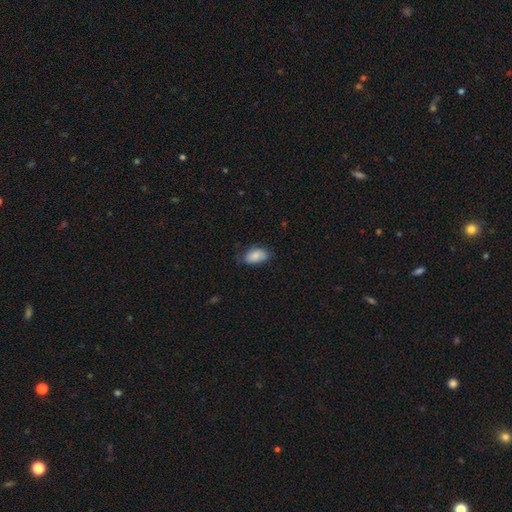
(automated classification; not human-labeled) smooth 84%, featured or disk 9%, star or artifact 7%. Down the decision tree: how rounded — in between (92%); merging — none (64%).